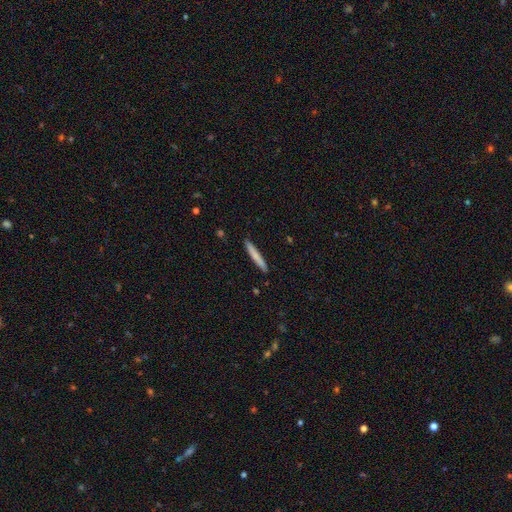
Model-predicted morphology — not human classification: smooth 73%, featured or disk 21%, star or artifact 6%. Down the decision tree: how rounded — cigar-shaped (96%); merging — none (91%).